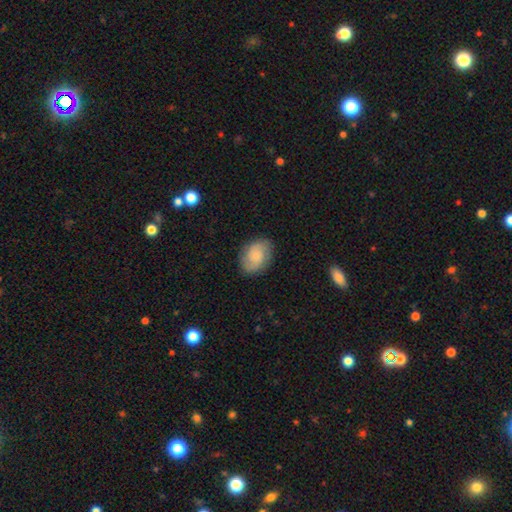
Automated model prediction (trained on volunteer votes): Smooth or featured? Predicted: smooth (p=0.51). How rounded? Predicted: in between (p=0.76). Merging? Predicted: none (p=0.83).